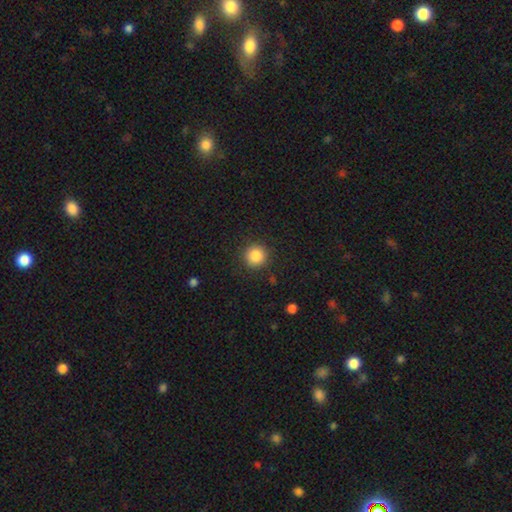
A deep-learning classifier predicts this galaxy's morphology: Overall: smooth (86%). How rounded: round (94%). Merging: none (89%).